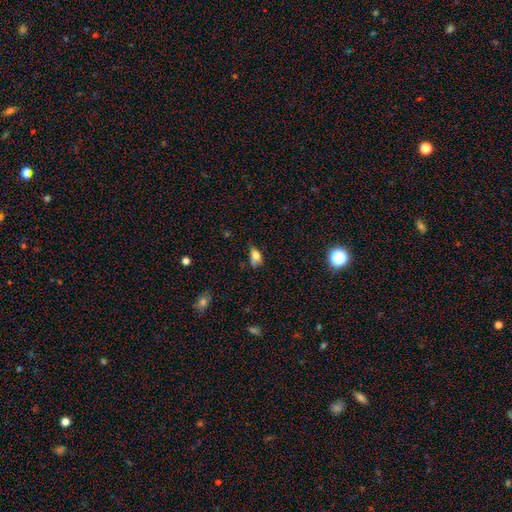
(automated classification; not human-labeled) smooth_or_featured: smooth (p=0.73) [alt: featured or disk p=0.15]
how_rounded: in between (p=0.83) [alt: round p=0.13]
merging: minor disturbance (p=0.37) [alt: none p=0.36]